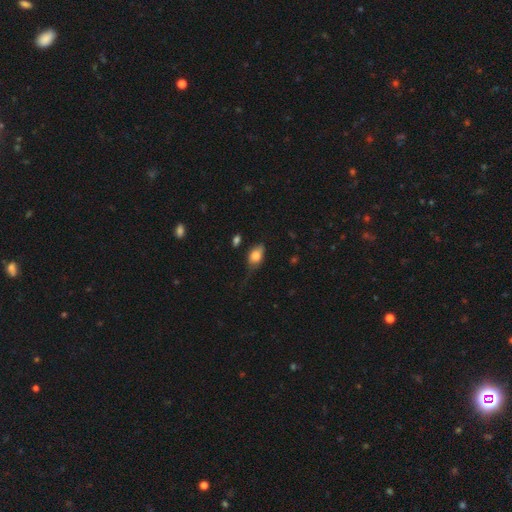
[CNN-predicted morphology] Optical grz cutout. It shows a smooth galaxy with no disk features (74%) that is in between round and cigar-shaped (82%). Merging: none (46%).